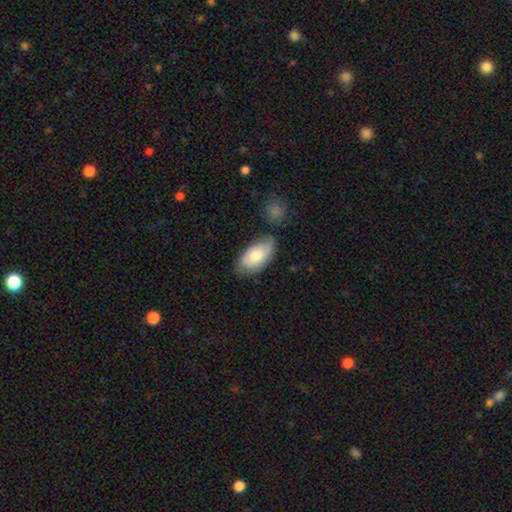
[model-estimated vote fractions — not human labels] A smooth galaxy with no disk features (71%) that is in between round and cigar-shaped (94%).

Vote fractions:
- Smooth or featured? smooth: 71% / featured or disk: 23% / star or artifact: 6%
- How rounded? in between: 94% / cigar-shaped: 3% / round: 3%
- Merging? none: 68% / minor disturbance: 21% / merger: 6% / major disturbance: 4%